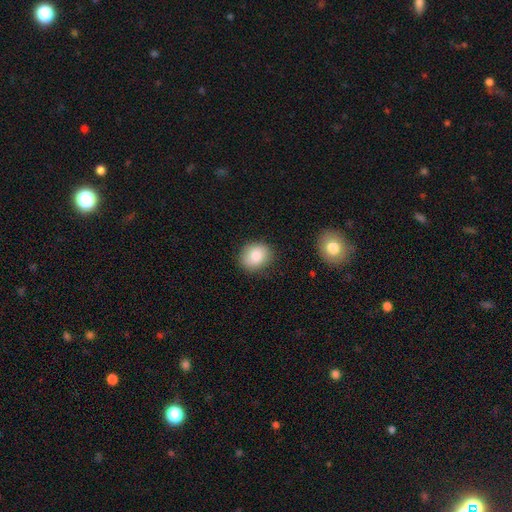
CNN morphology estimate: A smooth galaxy with no disk features (84%) that is round (58%). Merging: none (83%).